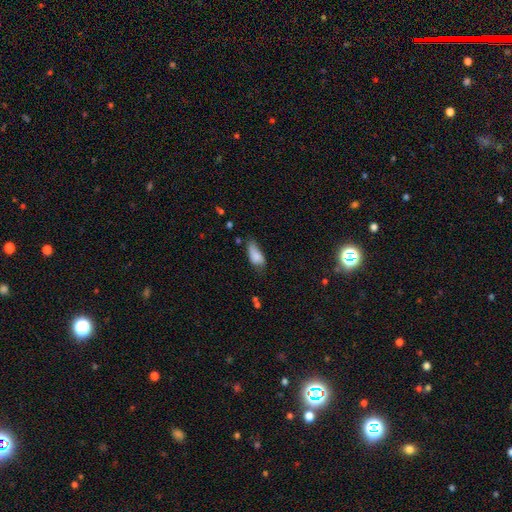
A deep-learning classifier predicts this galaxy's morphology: A smooth galaxy with no disk features (81%) that is in between round and cigar-shaped (85%). Merging: minor disturbance (42%).